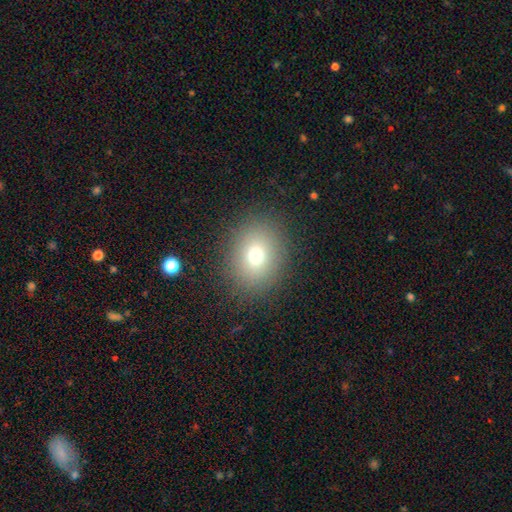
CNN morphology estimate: Smooth or featured: smooth — 72% (star or artifact — 15%)
How rounded: round — 58% (in between — 41%)
Merging: none — 86% (minor disturbance — 8%)